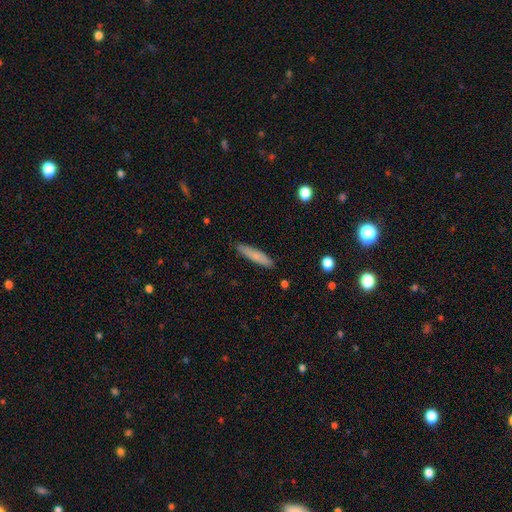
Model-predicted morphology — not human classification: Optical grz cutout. It shows a smooth galaxy with no disk features (78%) that is cigar-shaped (88%). Merging: none (88%).